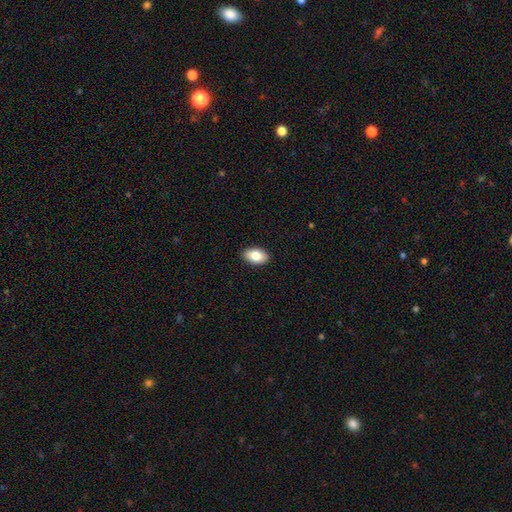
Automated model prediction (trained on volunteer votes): smooth 83%, featured or disk 10%, star or artifact 7%. Down the decision tree: how rounded — in between (93%); merging — none (90%).